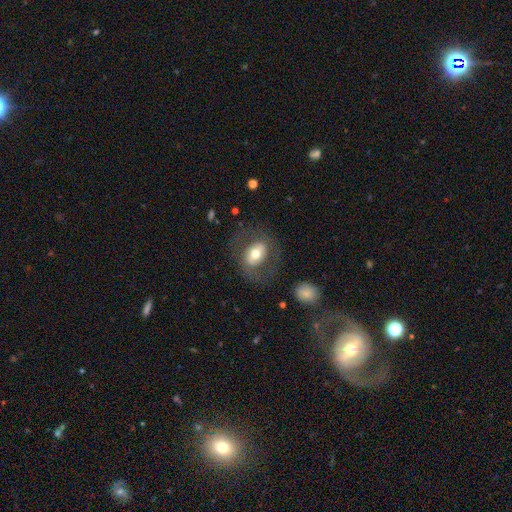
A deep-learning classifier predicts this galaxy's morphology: Overall: featured or disk (55%; smooth 31%). Edge-on disk: no (92%). Bar: weak (40%; no 32%). Spiral arms: yes (67%; no 33%). Bulge size: moderate (62%). Merging: none (63%).